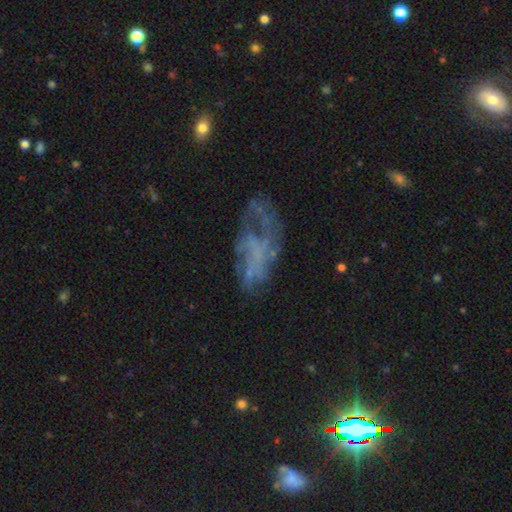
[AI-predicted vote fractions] smooth-or-featured: featured or disk: 54% | star or artifact: 23% | smooth: 23%
  disk-edge-on: no: 94% | yes: 6%
    bar: no: 83% | weak: 13% | strong: 4%
    has-spiral-arms: no: 58% | yes: 42%
    bulge-size: none: 79% | small: 11% | moderate: 6% | large: 3% | dominant: 1%
  merging: none: 43% | major disturbance: 31% | minor disturbance: 22% | merger: 4%